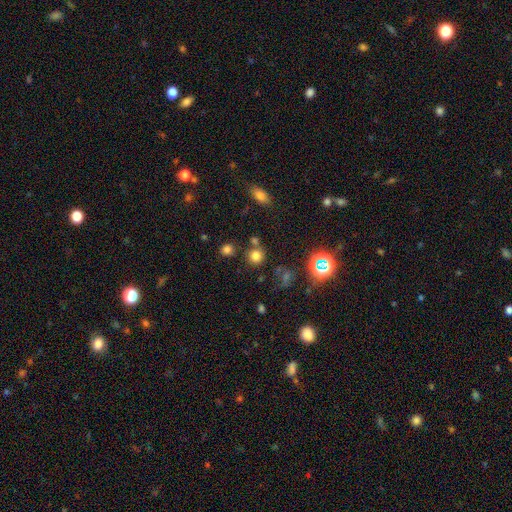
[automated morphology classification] smooth 74%, star or artifact 19%, featured or disk 7%. Down the decision tree: how rounded — round (89%); merging — none (72%).